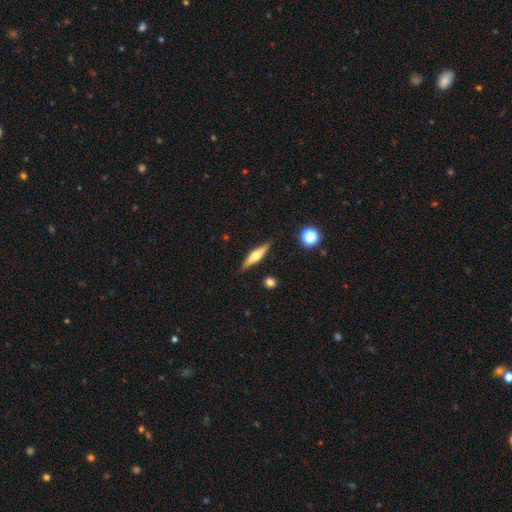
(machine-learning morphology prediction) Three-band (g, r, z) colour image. It shows a featured or disk galaxy (55%) viewed edge-on (94%) with a rounded central bulge (90%). Merging: none (86%).